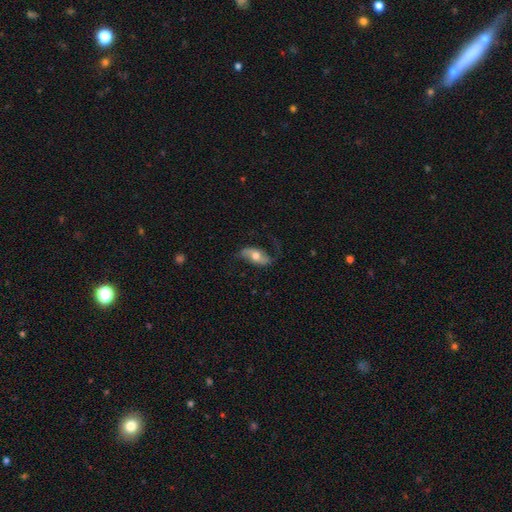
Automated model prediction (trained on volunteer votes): This is likely a featured or disk galaxy (62%). It is clearly not viewed edge-on (89%). Bar: possibly no (56%). Spiral arm pattern: clearly yes (85%). Central bulge: likely moderate (71%). Merging: likely none (65%).